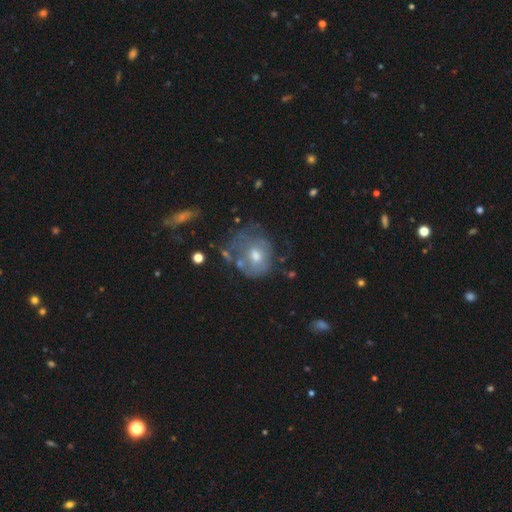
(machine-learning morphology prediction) A featured or disk galaxy (47%).

Vote fractions:
- Smooth or featured? featured or disk: 47% / smooth: 42% / star or artifact: 11%
- Merging? none: 37% / major disturbance: 28% / minor disturbance: 26% / merger: 8%